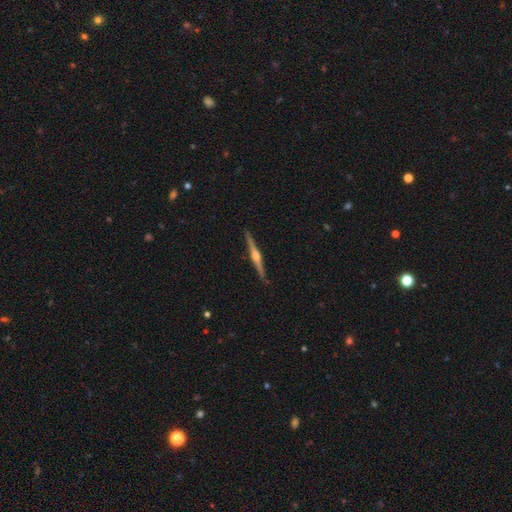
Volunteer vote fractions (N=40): Morphology: type=featured or disk (95%); edge-on=yes (100%); edge-on bulge=rounded (89%); merging=none (95%).